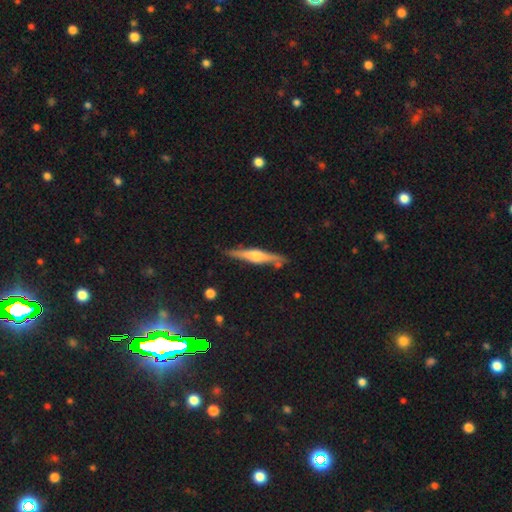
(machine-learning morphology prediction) type=featured or disk (69%); edge-on=yes (97%); edge-on bulge=rounded (88%); merging=none (84%).